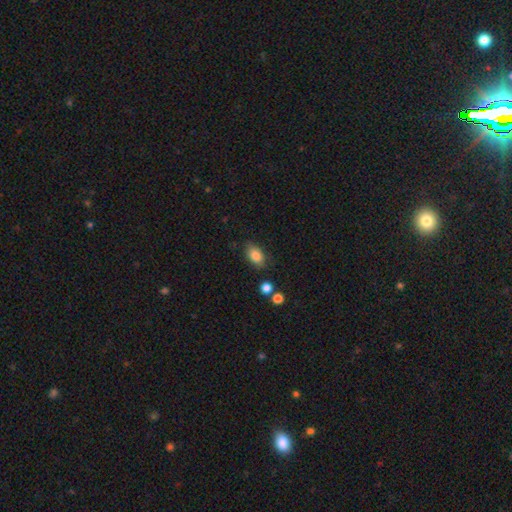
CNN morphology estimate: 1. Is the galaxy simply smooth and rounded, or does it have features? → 83% smooth, 9% star or artifact, 8% featured or disk.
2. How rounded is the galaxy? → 87% in between, 11% round, 2% cigar-shaped.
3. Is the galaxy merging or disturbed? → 79% none, 15% minor disturbance, 3% major disturbance, 3% merger.